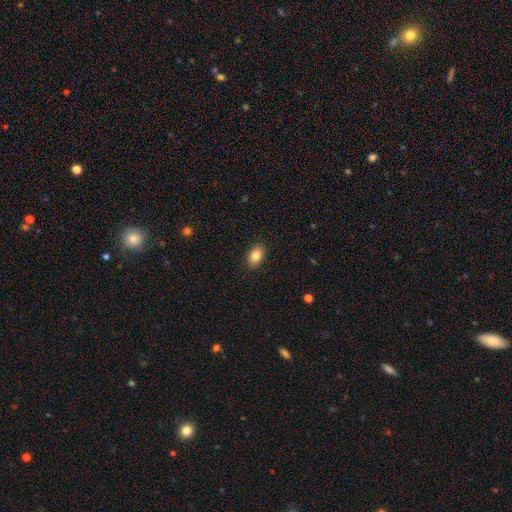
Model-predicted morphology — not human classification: Smooth or featured?
  - smooth: 86% *
  - star or artifact: 8%
  - featured or disk: 6%
How rounded?
  - in between: 87% *
  - round: 12%
  - cigar-shaped: 1%
Merging?
  - none: 89% *
  - minor disturbance: 8%
  - major disturbance: 2%
  - merger: 1%